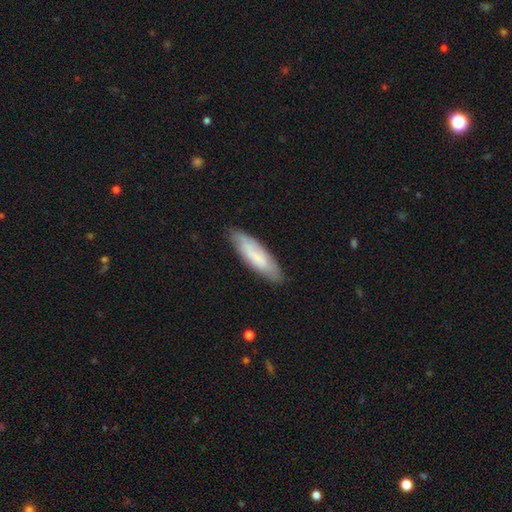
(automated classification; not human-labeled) Smooth or featured: smooth — 70% (featured or disk — 24%)
How rounded: cigar-shaped — 59% (in between — 40%)
Merging: none — 81% (minor disturbance — 15%)